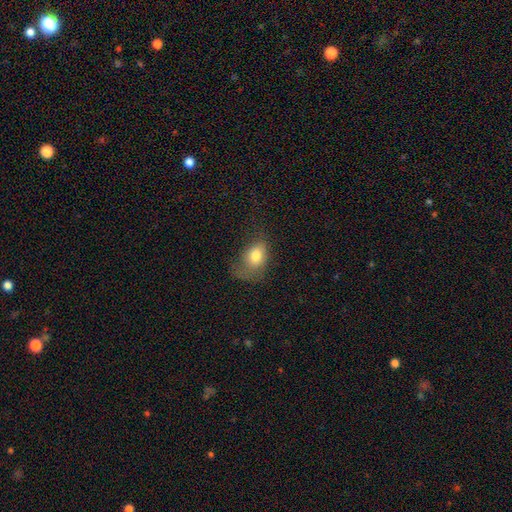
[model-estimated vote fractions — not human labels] Smooth or featured? Predicted: smooth (p=0.76). How rounded? Predicted: in between (p=0.74). Merging? Predicted: major disturbance (p=0.33, tied with none).